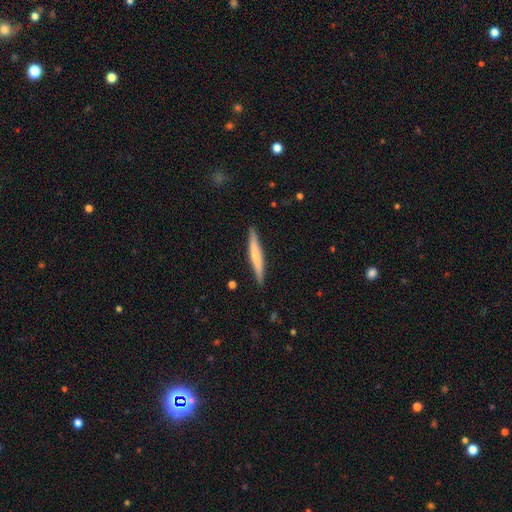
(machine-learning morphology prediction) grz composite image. It shows a smooth galaxy with no disk features (51%) that is cigar-shaped (95%). Merging: none (90%).